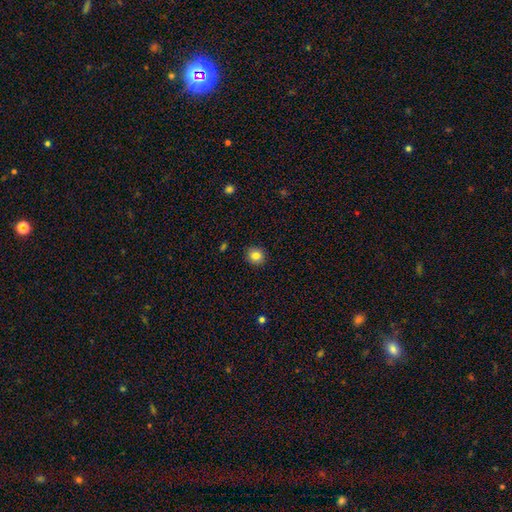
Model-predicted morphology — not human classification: type=smooth (83%); roundness=round (82%); merging=none (91%).